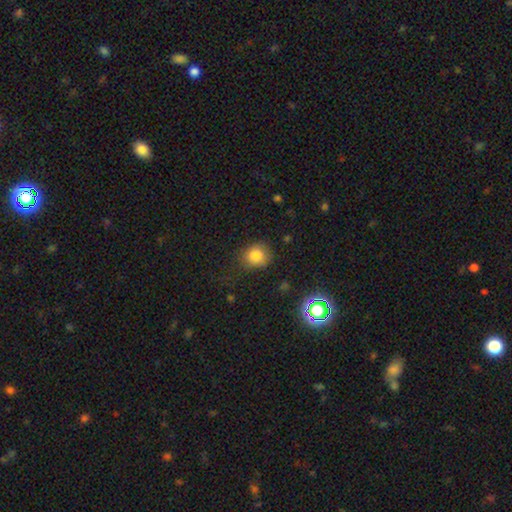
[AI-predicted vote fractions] Smooth or featured? smooth (81%)
How rounded? round (67%)
Merging? none (71%)